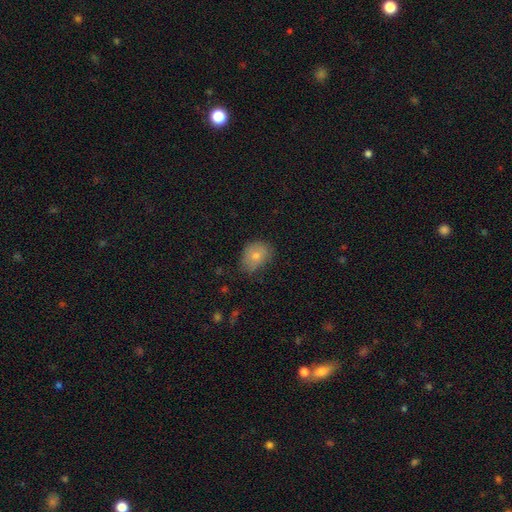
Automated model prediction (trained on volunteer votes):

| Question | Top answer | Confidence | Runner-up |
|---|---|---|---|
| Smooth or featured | smooth | 75% | featured or disk (16%) |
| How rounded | in between | 62% | round (37%) |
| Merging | none | 62% | minor disturbance (29%) |